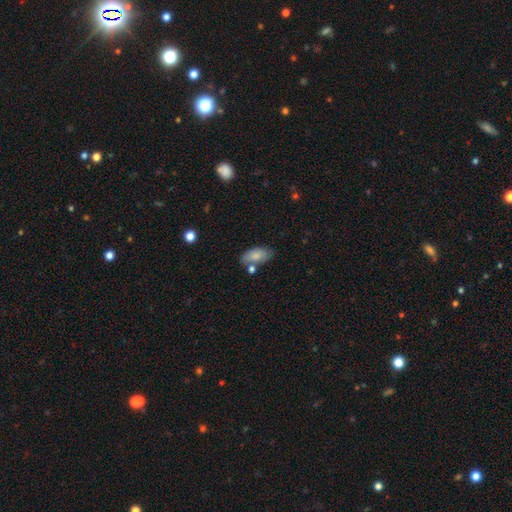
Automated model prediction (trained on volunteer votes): Smooth or featured: smooth — 81% (featured or disk — 12%)
How rounded: in between — 92% (cigar-shaped — 5%)
Merging: none — 64% (minor disturbance — 19%)